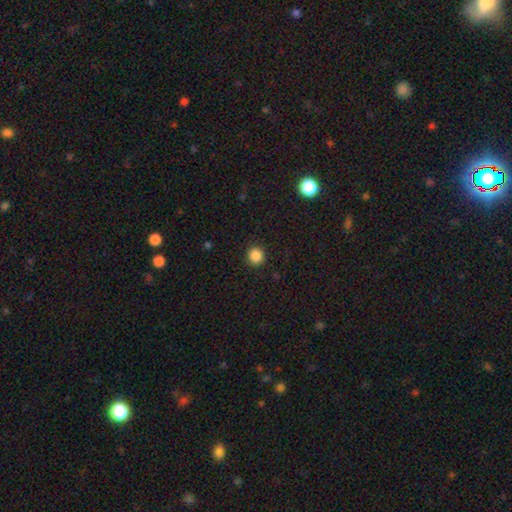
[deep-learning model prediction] smooth-or-featured: smooth: 86% | star or artifact: 11% | featured or disk: 3%
  how-rounded: round: 91% | in between: 8% | cigar-shaped: 1%
  merging: none: 92% | minor disturbance: 5% | major disturbance: 2% | merger: 1%